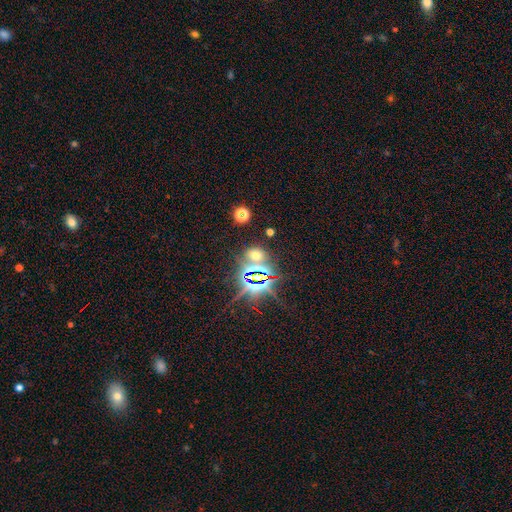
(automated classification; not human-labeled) Smooth or featured? star or artifact (56%)